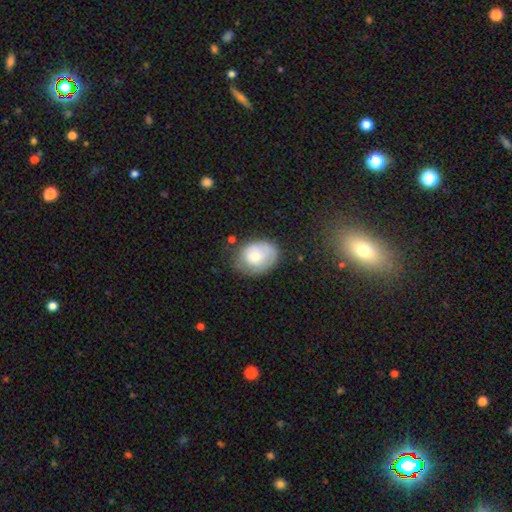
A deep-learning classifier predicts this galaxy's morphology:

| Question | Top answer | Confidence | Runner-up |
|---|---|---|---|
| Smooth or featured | smooth | 57% | featured or disk (36%) |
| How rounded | in between | 58% | round (41%) |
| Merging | none | 59% | minor disturbance (28%) |